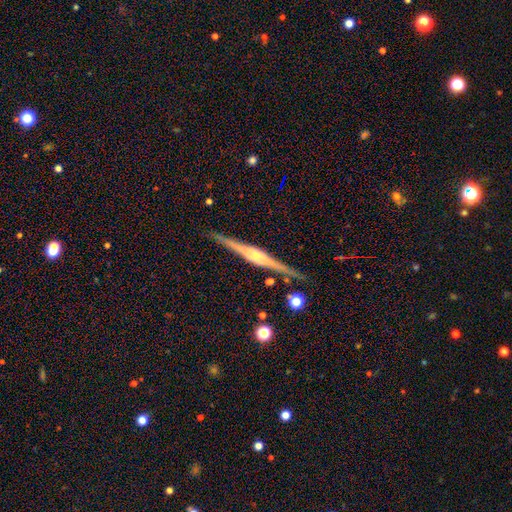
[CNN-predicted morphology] Q: Smooth or featured?
A: featured or disk (84%); runner-up: smooth (10%)
Q: Edge-on disk?
A: yes (98%); runner-up: no (2%)
Q: Edge-on bulge?
A: rounded (73%); runner-up: boxy (21%)
Q: Merging?
A: none (89%); runner-up: minor disturbance (8%)